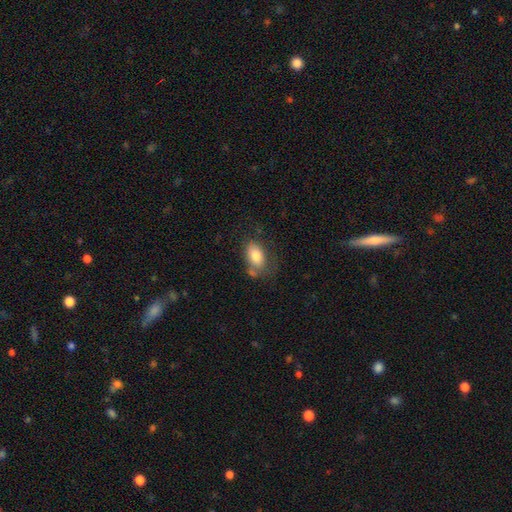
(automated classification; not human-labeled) Smooth or featured? smooth (79%)
How rounded? in between (90%)
Merging? none (54%)